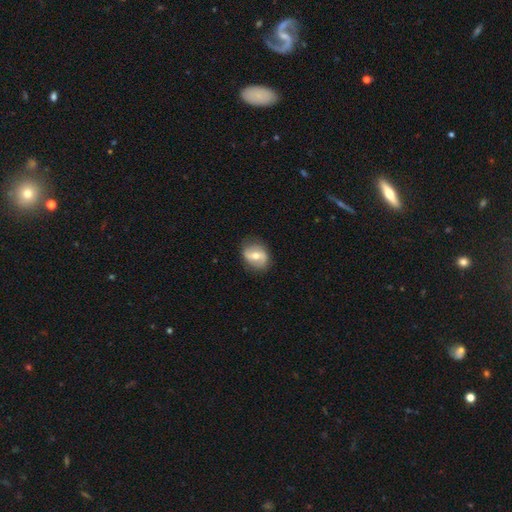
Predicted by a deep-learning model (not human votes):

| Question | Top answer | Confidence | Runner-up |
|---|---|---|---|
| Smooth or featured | featured or disk | 60% | smooth (34%) |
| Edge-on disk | no | 96% | yes (4%) |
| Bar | weak | 44% | strong (32%) |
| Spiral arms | yes | 74% | no (26%) |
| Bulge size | moderate | 70% | small (22%) |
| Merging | none | 81% | minor disturbance (14%) |